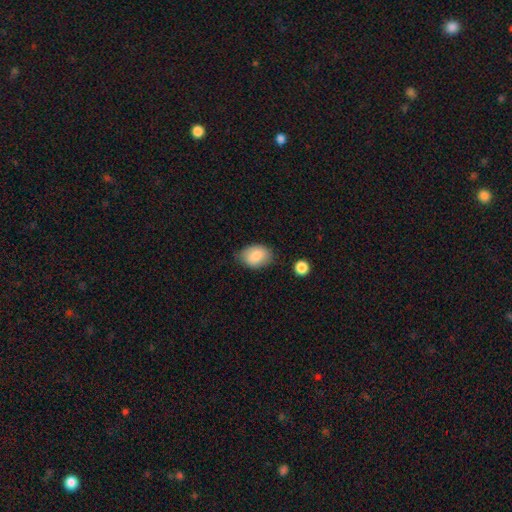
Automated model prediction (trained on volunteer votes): Morphology: type=smooth (85%); roundness=in between (75%); merging=none (71%).